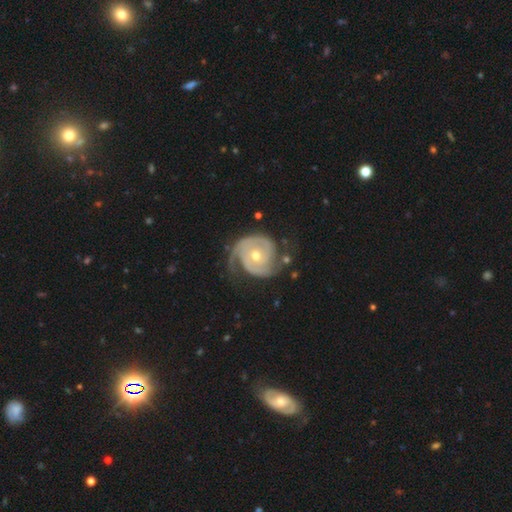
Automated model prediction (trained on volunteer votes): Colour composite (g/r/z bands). It shows a featured or disk galaxy (89%) with no bar (72%), 2 (62%) tight (65%) spiral arms (97%) and a moderate central bulge (58%). Merging: none (62%).